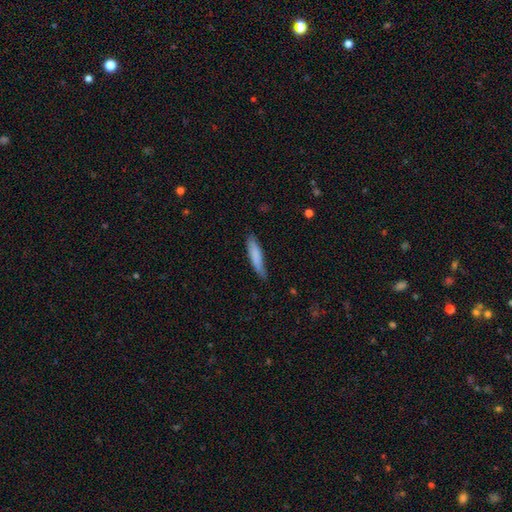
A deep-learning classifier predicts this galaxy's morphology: The model was most divided on "merging": none: 67%, minor disturbance: 26%, major disturbance: 5%, merger: 2%. More confident: smooth or featured — smooth (80%); how rounded — cigar-shaped (79%).